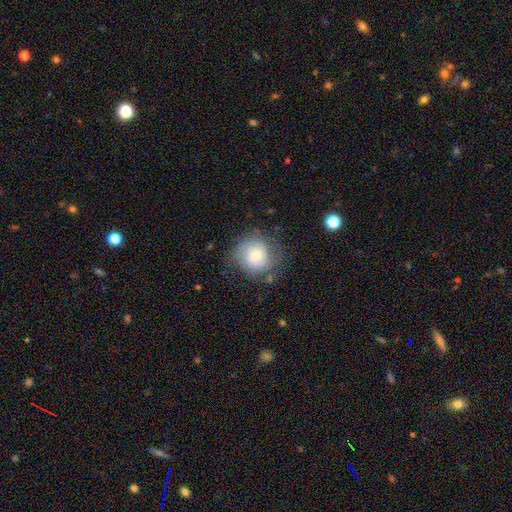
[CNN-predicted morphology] This appears to be a smooth galaxy with no disk features (57%) that is round (88%). Merging: none (66%).